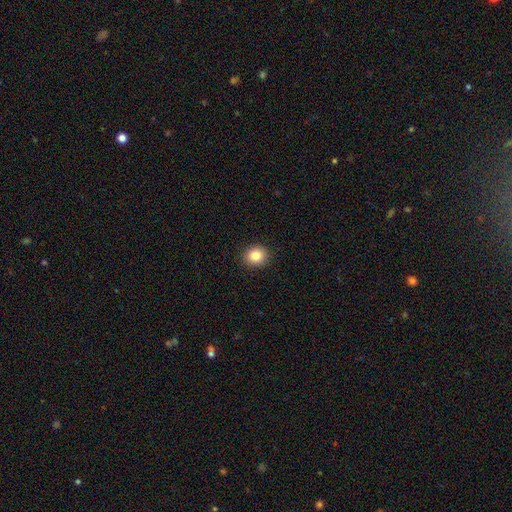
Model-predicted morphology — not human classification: Smooth or featured? Predicted: smooth (p=0.85). How rounded? Predicted: round (p=0.73). Merging? Predicted: none (p=0.91).